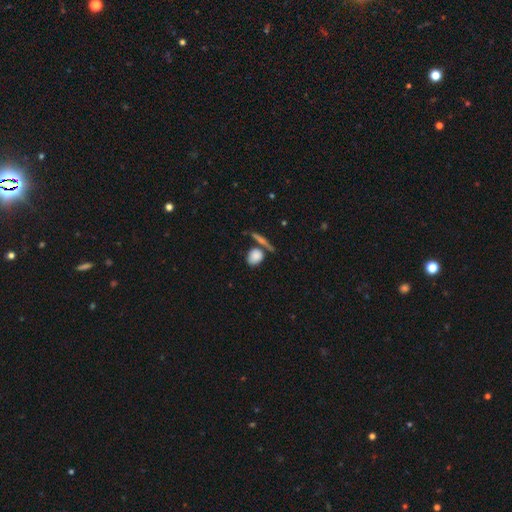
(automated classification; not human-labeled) Smooth or featured? Predicted: smooth (p=0.83). How rounded? Predicted: round (p=0.50). Merging? Predicted: none (p=0.62).